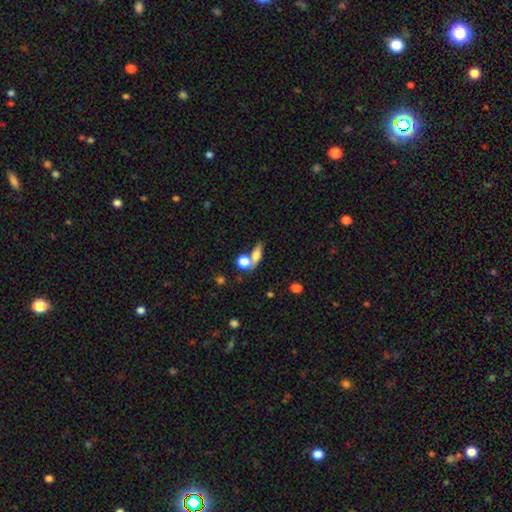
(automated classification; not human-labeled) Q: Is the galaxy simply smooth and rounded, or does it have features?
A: smooth — 65%.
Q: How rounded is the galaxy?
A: in between — 52%.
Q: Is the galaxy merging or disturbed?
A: none — 46%.